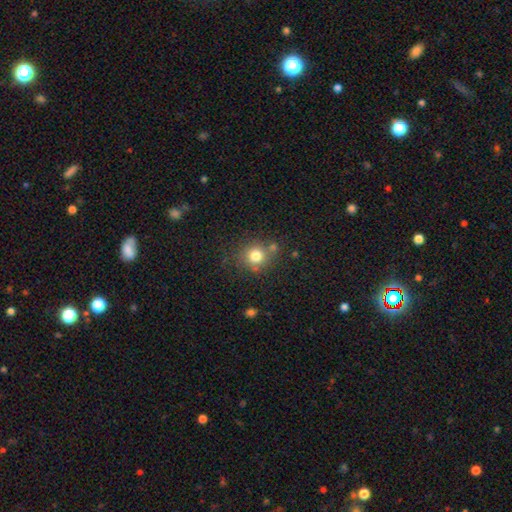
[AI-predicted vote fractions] smooth_or_featured: smooth (p=0.78) [alt: star or artifact p=0.13]
how_rounded: round (p=0.88) [alt: in between p=0.11]
merging: none (p=0.70) [alt: minor disturbance p=0.13]